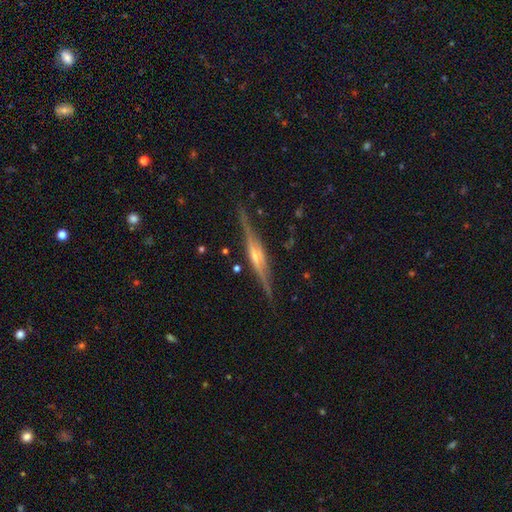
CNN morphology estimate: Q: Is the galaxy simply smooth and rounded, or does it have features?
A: featured or disk — 83%.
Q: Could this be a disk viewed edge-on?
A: yes — 97%.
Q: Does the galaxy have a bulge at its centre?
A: rounded — 61%.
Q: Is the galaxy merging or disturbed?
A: none — 86%.